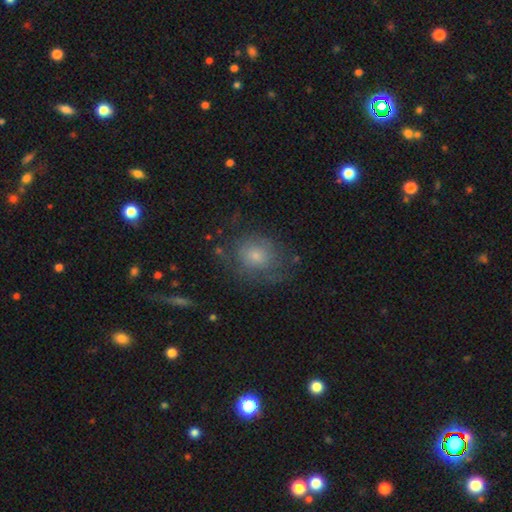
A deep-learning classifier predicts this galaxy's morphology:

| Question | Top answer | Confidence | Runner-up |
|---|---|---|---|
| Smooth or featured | smooth | 64% | featured or disk (26%) |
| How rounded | round | 64% | in between (35%) |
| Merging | none | 60% | minor disturbance (23%) |